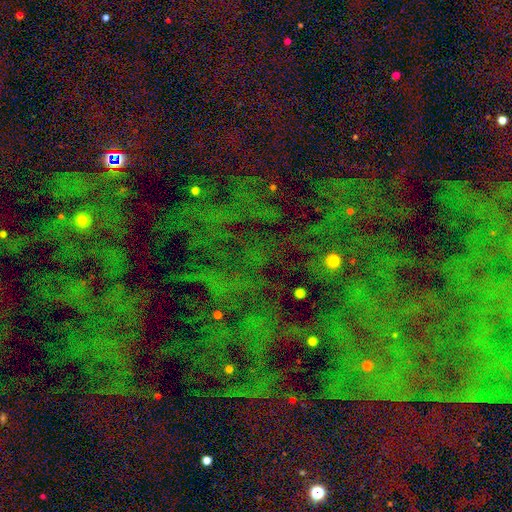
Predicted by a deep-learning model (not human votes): A star or artifact, not a galaxy (76%).

Vote fractions:
- Smooth or featured? star or artifact: 76% / smooth: 15% / featured or disk: 9%